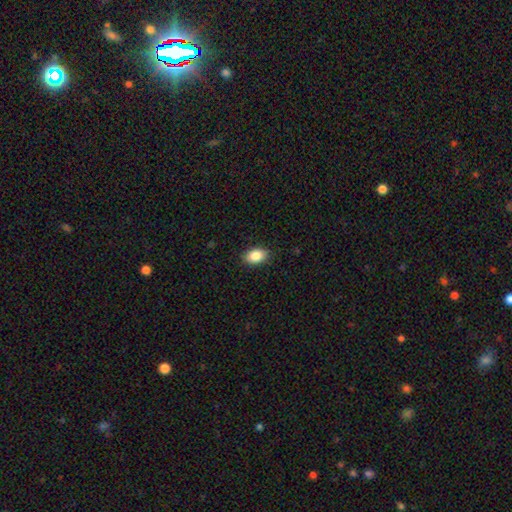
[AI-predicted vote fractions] Smooth or featured?
  - smooth: 87% *
  - star or artifact: 8%
  - featured or disk: 5%
How rounded?
  - in between: 87% *
  - round: 12%
  - cigar-shaped: 1%
Merging?
  - none: 88% *
  - minor disturbance: 9%
  - major disturbance: 2%
  - merger: 1%